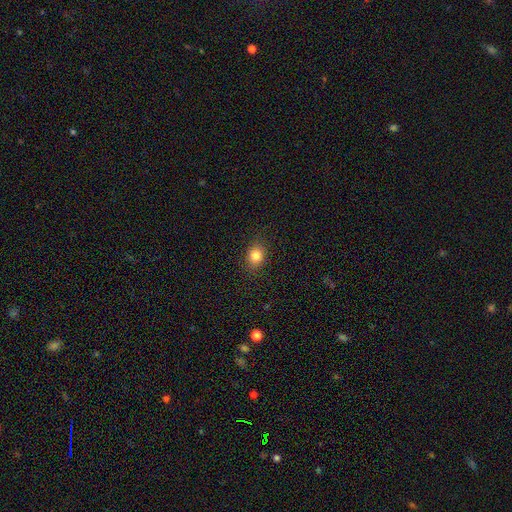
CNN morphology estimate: Smooth or featured? Predicted: smooth (p=0.84). How rounded? Predicted: round (p=0.53). Merging? Predicted: none (p=0.86).